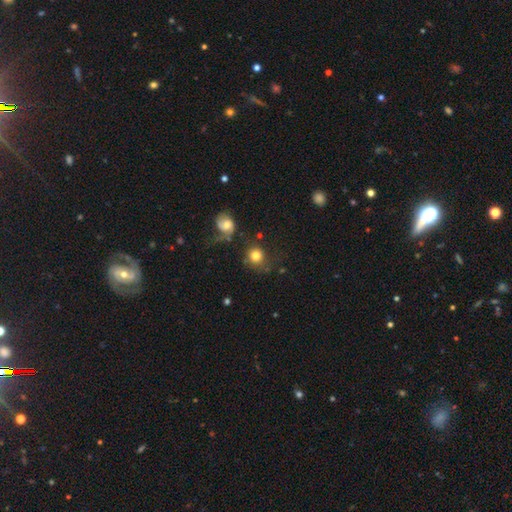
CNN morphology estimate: type=smooth (78%); roundness=round (88%); merging=none (59%).